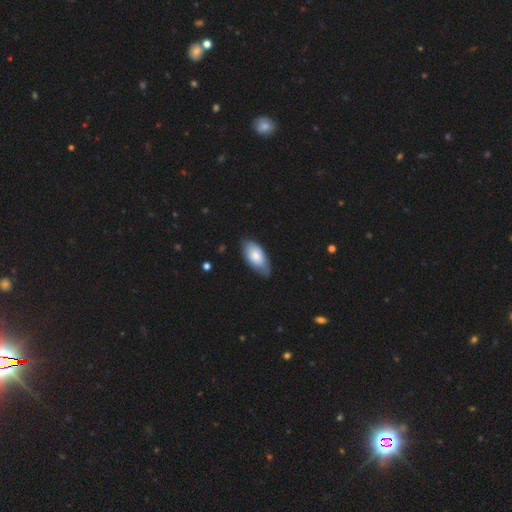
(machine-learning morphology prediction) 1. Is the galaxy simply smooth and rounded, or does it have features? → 74% smooth, 21% featured or disk, 6% star or artifact.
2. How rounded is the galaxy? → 92% in between, 5% cigar-shaped, 2% round.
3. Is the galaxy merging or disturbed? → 72% none, 23% minor disturbance, 4% major disturbance, 1% merger.